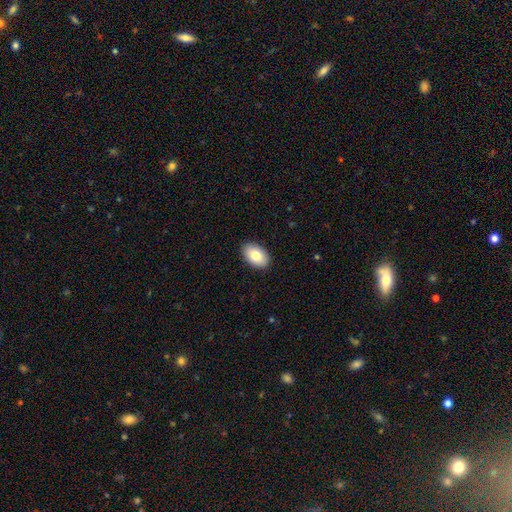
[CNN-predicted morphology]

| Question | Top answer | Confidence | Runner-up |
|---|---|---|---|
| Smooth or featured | smooth | 81% | featured or disk (12%) |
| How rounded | in between | 92% | round (7%) |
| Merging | none | 89% | minor disturbance (8%) |